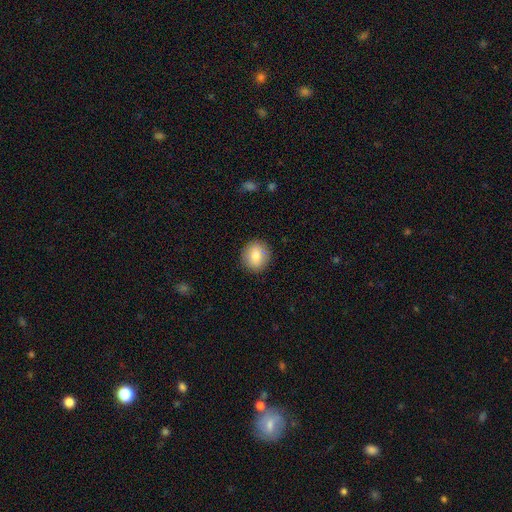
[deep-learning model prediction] A smooth galaxy with no disk features (82%) that is round (85%). Merging: none (89%).